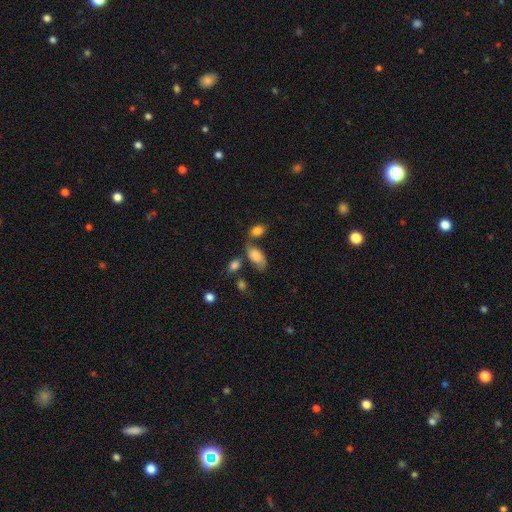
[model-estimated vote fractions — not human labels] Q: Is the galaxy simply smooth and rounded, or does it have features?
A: smooth — 73%.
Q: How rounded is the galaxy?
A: in between — 92%.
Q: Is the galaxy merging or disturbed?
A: none — 45%.